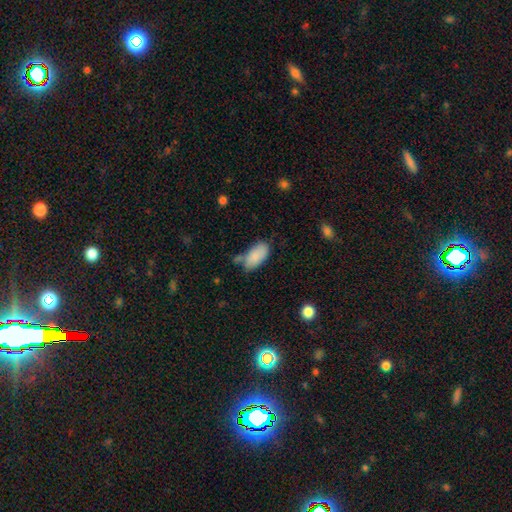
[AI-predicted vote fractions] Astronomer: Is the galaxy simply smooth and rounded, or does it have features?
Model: smooth — 86%.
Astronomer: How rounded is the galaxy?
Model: in between — 94%.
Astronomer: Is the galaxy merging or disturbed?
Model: none — 56%.